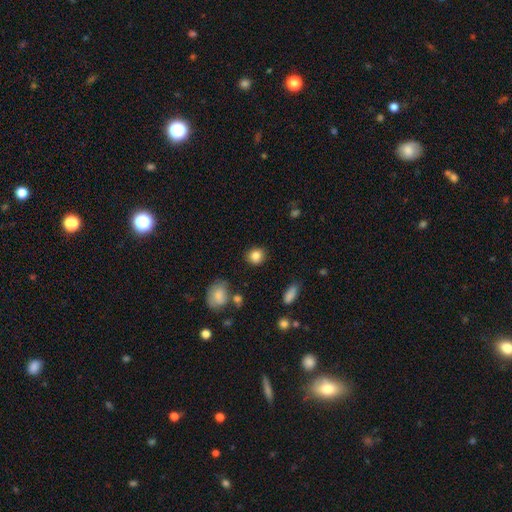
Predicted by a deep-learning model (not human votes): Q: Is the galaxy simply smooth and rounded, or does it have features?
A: smooth — 85%.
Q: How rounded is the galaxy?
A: round — 83%.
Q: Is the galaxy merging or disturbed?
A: none — 86%.